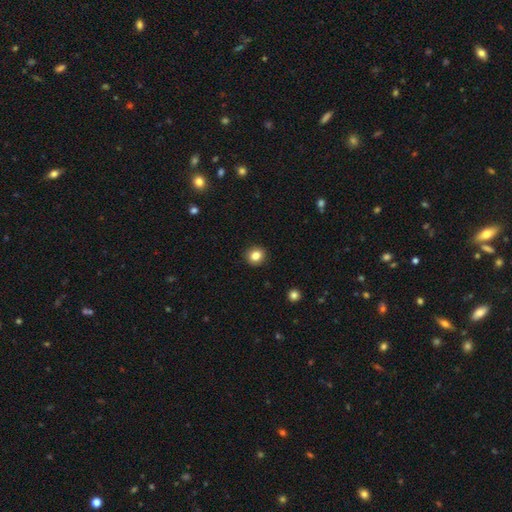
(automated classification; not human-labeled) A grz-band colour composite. It shows a smooth galaxy with no disk features (84%) that is round (87%). Merging: none (93%).